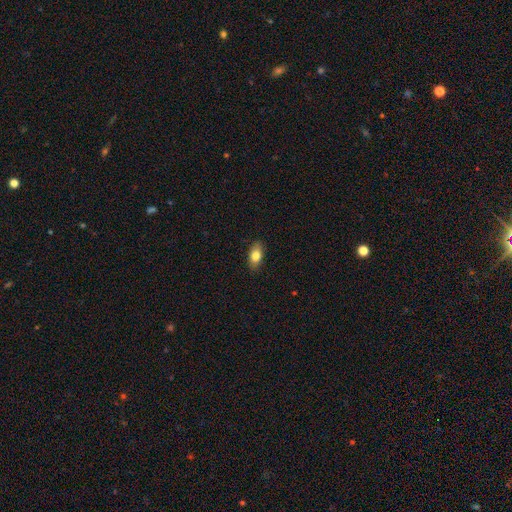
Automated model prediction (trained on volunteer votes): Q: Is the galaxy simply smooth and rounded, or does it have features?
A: smooth — 80%.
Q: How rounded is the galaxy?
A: in between — 88%.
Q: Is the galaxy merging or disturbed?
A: none — 87%.